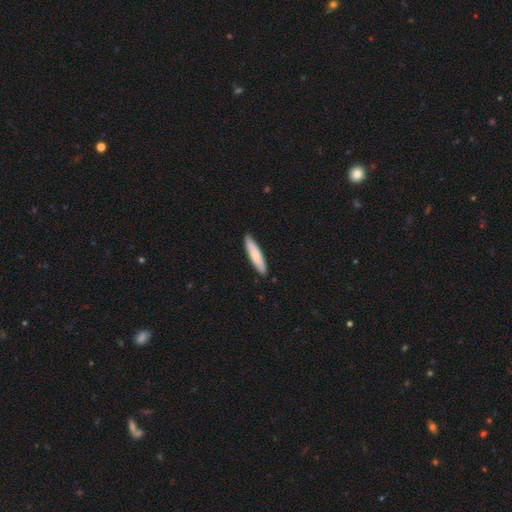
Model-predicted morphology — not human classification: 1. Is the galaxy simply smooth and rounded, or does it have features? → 74% smooth, 21% featured or disk, 5% star or artifact.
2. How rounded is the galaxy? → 81% cigar-shaped, 18% in between, 1% round.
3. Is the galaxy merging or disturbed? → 89% none, 9% minor disturbance, 1% major disturbance, 1% merger.